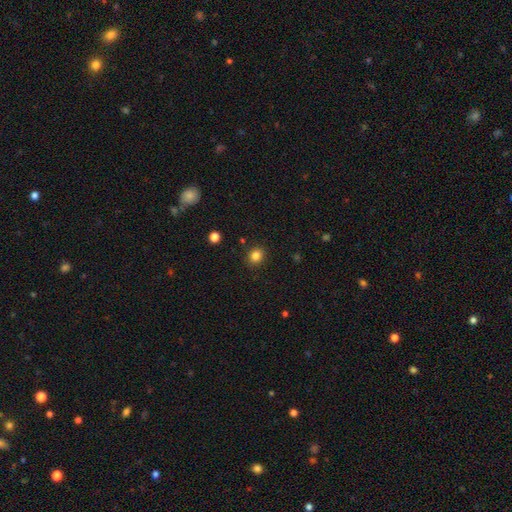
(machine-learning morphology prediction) smooth 83%, star or artifact 12%, featured or disk 5%. Down the decision tree: how rounded — round (69%); merging — none (89%).